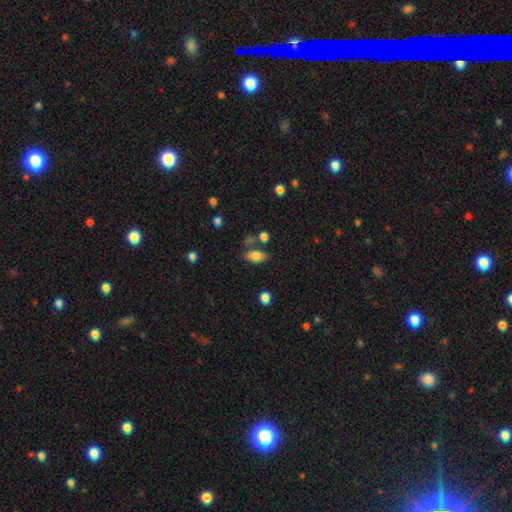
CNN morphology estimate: smooth 80%, featured or disk 11%, star or artifact 9%. Down the decision tree: how rounded — in between (89%); merging — none (67%).